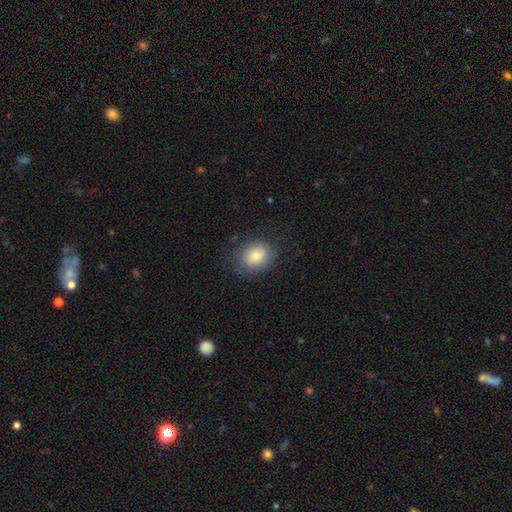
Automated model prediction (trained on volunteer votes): Smooth or featured? smooth (80%)
How rounded? round (52%)
Merging? none (80%)